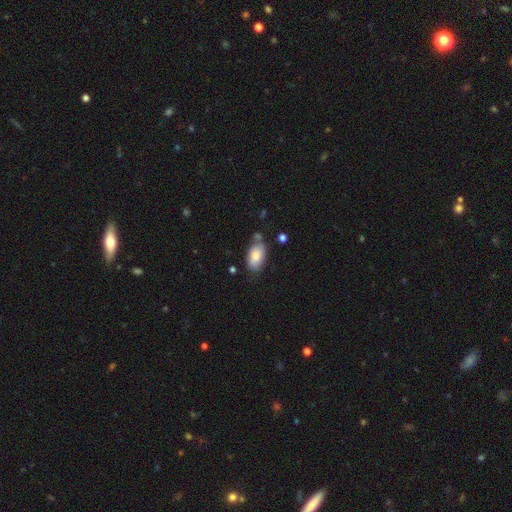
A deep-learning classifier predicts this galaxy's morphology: smooth 79%, featured or disk 14%, star or artifact 7%. Down the decision tree: how rounded — in between (93%); merging — none (68%).